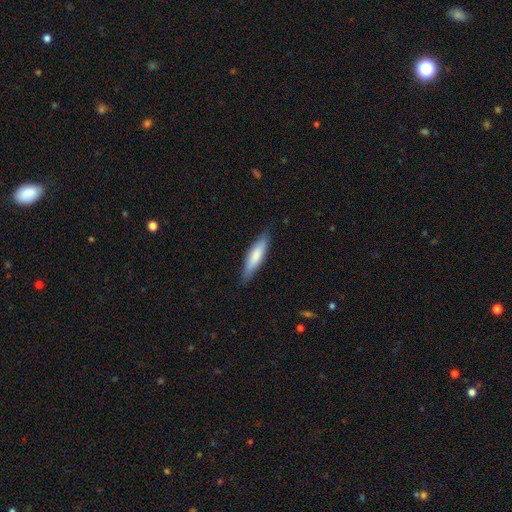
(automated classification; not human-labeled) smooth 78%, featured or disk 16%, star or artifact 5%. Down the decision tree: how rounded — cigar-shaped (67%); merging — none (83%).